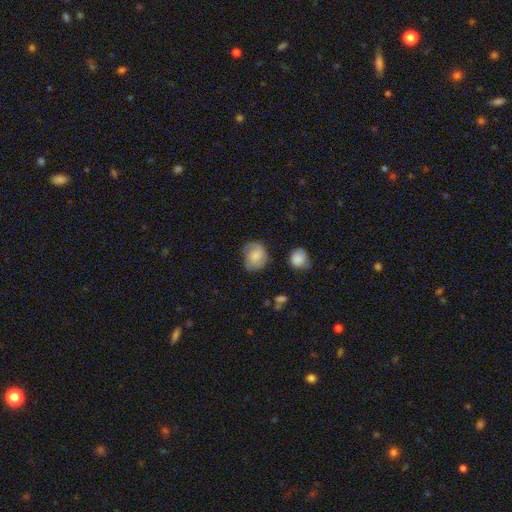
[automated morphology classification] This appears to be a smooth galaxy with no disk features (71%) that is round (64%). Merging: none (57%).